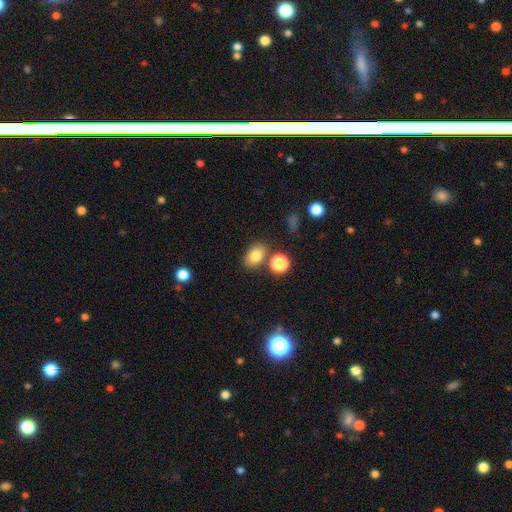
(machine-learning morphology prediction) Smooth or featured: smooth — 81% (star or artifact — 11%)
How rounded: in between — 77% (round — 22%)
Merging: none — 75% (minor disturbance — 11%)